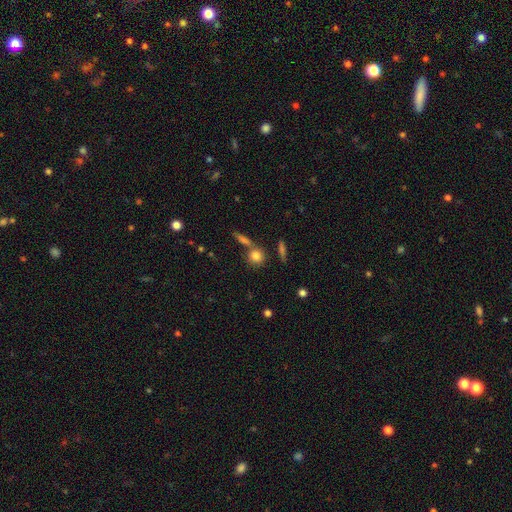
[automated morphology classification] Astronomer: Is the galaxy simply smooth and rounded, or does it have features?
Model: smooth — 79%.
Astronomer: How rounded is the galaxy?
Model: round — 80%.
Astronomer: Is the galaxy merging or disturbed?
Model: none — 65%.